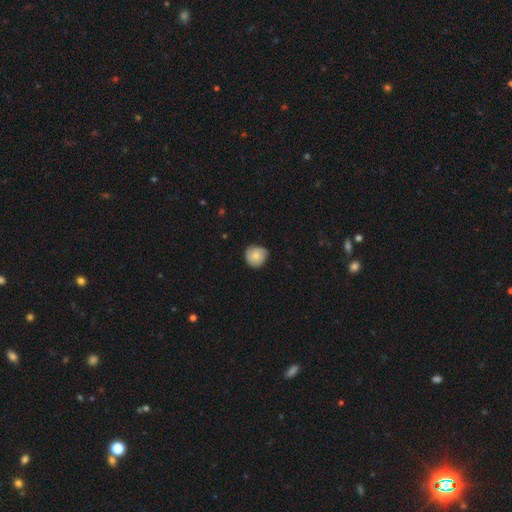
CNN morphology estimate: Smooth or featured? smooth (69%)
How rounded? round (88%)
Merging? none (71%)